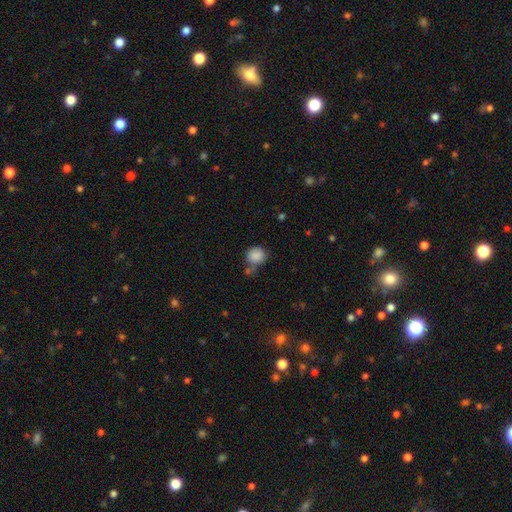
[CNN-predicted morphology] smooth 87%, star or artifact 9%, featured or disk 4%. Down the decision tree: how rounded — round (79%); merging — none (57%).